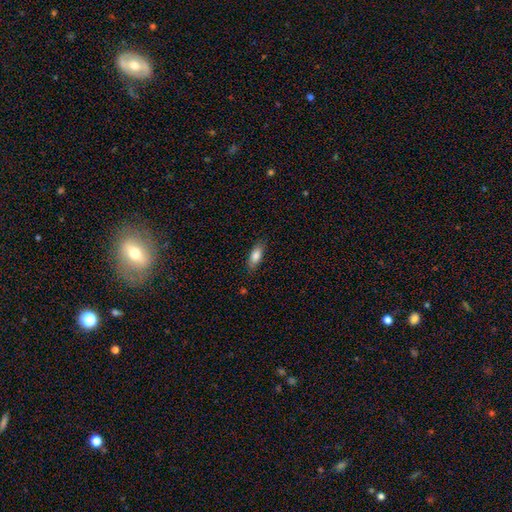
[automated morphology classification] Smooth or featured? smooth (83%)
How rounded? in between (78%)
Merging? none (84%)